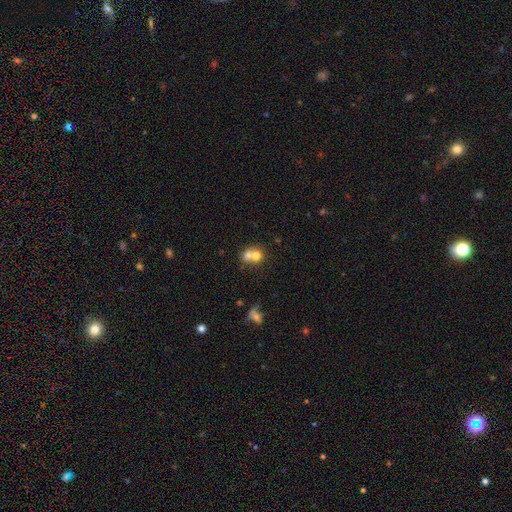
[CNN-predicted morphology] Overall: smooth (68%). How rounded: round (71%). Merging: merger (68%).